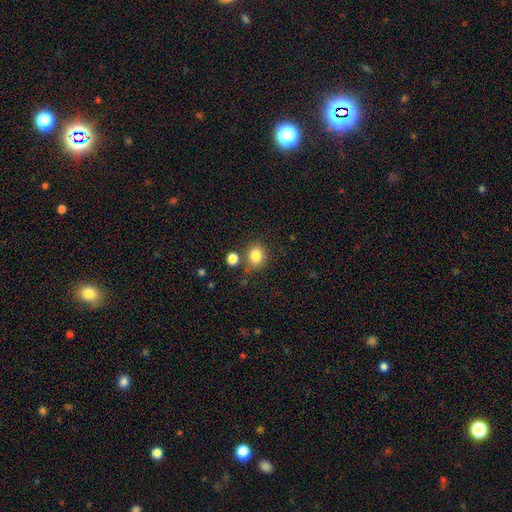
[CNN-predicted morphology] Smooth or featured? smooth (84%)
How rounded? round (74%)
Merging? none (75%)